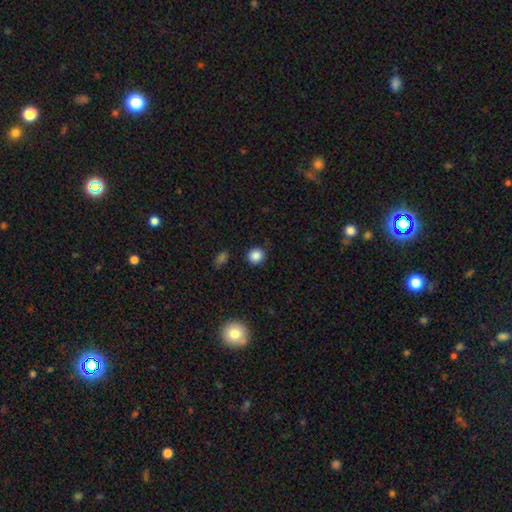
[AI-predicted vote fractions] smooth_or_featured: smooth (p=0.86) [alt: star or artifact p=0.10]
how_rounded: round (p=0.90) [alt: in between p=0.09]
merging: none (p=0.89) [alt: minor disturbance p=0.07]